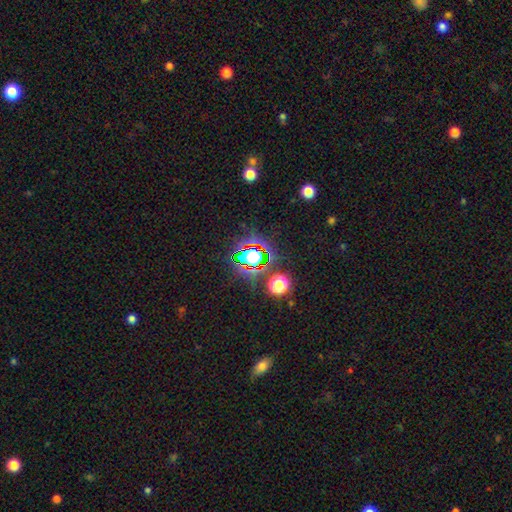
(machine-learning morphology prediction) This is likely a star or artifact rather than a galaxy (69%).